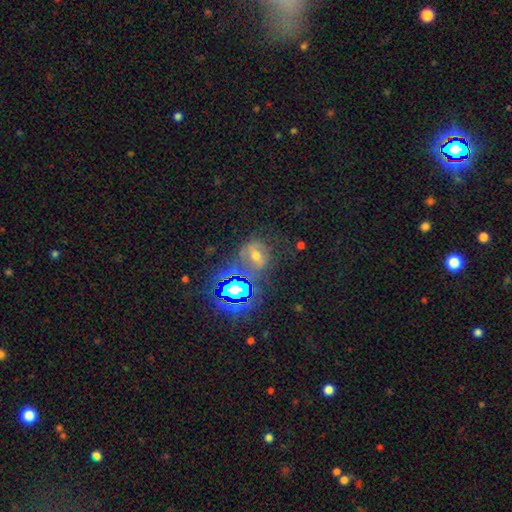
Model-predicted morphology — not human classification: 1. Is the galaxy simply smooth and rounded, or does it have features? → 65% star or artifact, 25% smooth, 11% featured or disk.